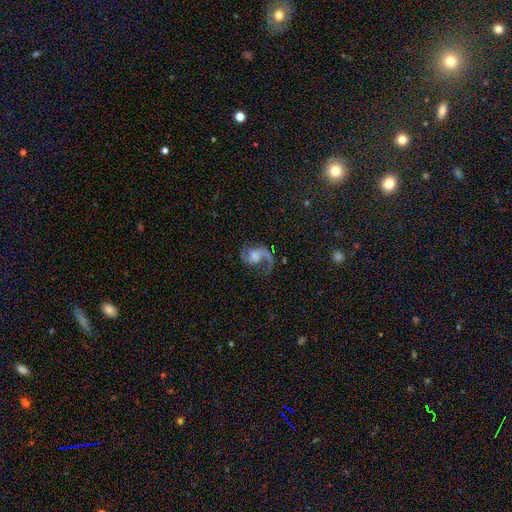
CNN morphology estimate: A featured or disk galaxy (87%) with a weak bar (45%), 2 (79%) loose (58%) spiral arms (96%) and a moderate central bulge (30%). Merging: none (61%).